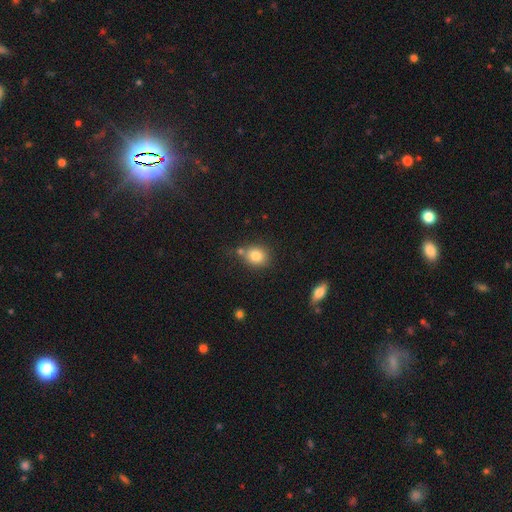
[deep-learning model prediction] The model was most divided on "how rounded": round: 68%, in between: 31%, cigar-shaped: 1%. More confident: smooth or featured — smooth (81%); merging — none (68%).